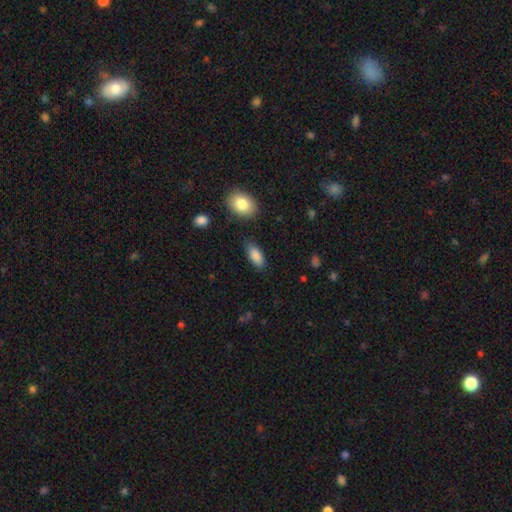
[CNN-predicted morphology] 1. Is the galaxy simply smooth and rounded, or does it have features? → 87% smooth, 7% star or artifact, 6% featured or disk.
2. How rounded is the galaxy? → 87% in between, 10% cigar-shaped, 3% round.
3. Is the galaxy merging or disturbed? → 81% none, 14% minor disturbance, 3% major disturbance, 2% merger.